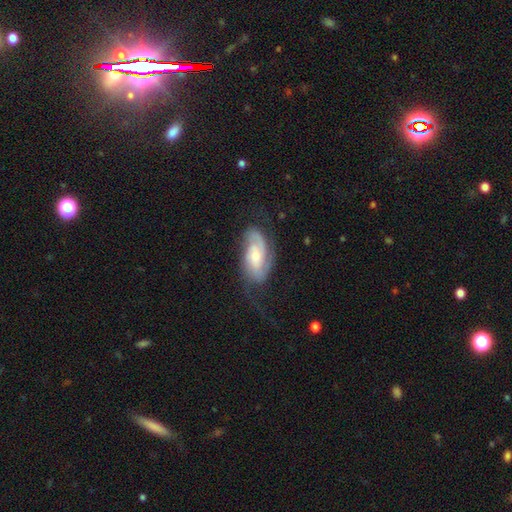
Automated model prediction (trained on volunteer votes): This is likely a featured or disk galaxy (74%). It is clearly not viewed edge-on (95%). Bar: possibly no (55%). Spiral arm pattern: clearly yes (94%). Spiral arm count: possibly 2 (59%). Spiral winding: marginally medium (43%). Central bulge: marginally moderate (44%). Merging: possibly none (54%).